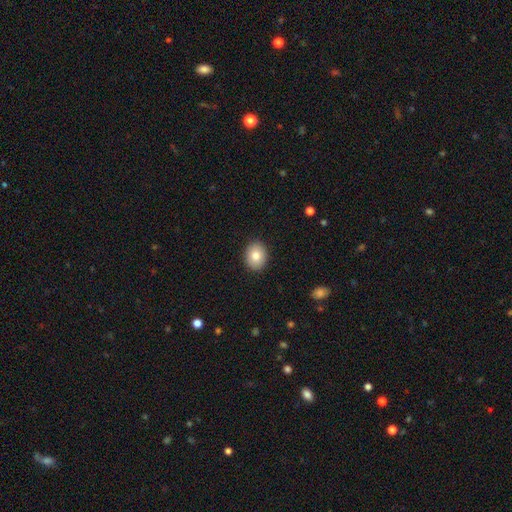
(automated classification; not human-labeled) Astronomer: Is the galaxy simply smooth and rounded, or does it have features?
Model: smooth — 82%.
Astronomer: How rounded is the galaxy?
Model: in between — 54% (runner-up: round, 45%).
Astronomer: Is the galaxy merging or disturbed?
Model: none — 90%.